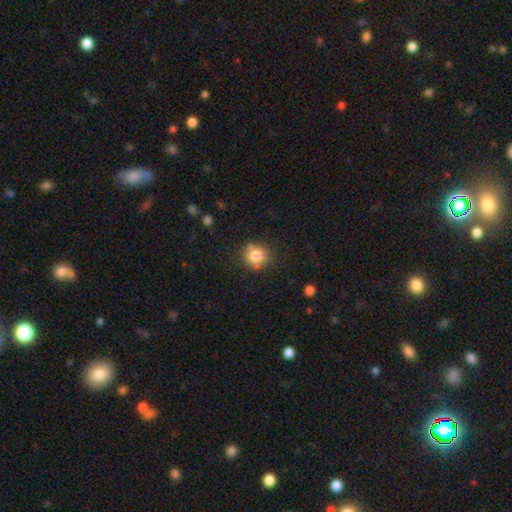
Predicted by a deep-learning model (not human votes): smooth-or-featured: smooth: 81% | star or artifact: 11% | featured or disk: 9%
  how-rounded: round: 84% | in between: 15% | cigar-shaped: 1%
  merging: none: 74% | minor disturbance: 16% | merger: 6% | major disturbance: 4%